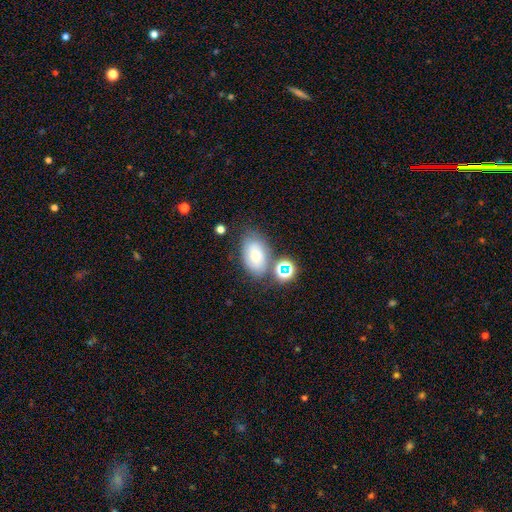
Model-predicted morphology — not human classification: type=smooth (59%); roundness=in between (87%); merging=none (64%).